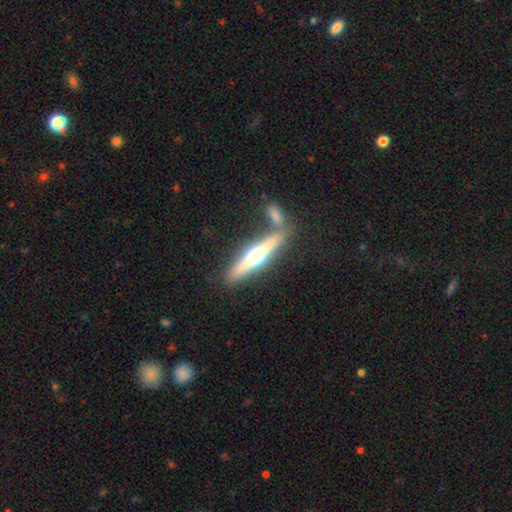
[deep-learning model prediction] smooth_or_featured: featured or disk (p=0.66) [alt: smooth p=0.28]
disk_edge_on: yes (p=0.93) [alt: no p=0.07]
edge_on_bulge: rounded (p=0.94) [alt: boxy p=0.03]
merging: none (p=0.66) [alt: merger p=0.20]